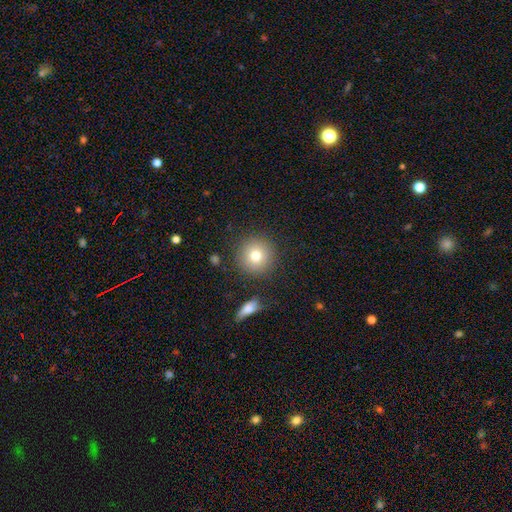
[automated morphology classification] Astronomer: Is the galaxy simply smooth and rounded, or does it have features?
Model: smooth — 77%.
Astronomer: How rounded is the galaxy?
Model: round — 95%.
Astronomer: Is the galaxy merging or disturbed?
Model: none — 88%.